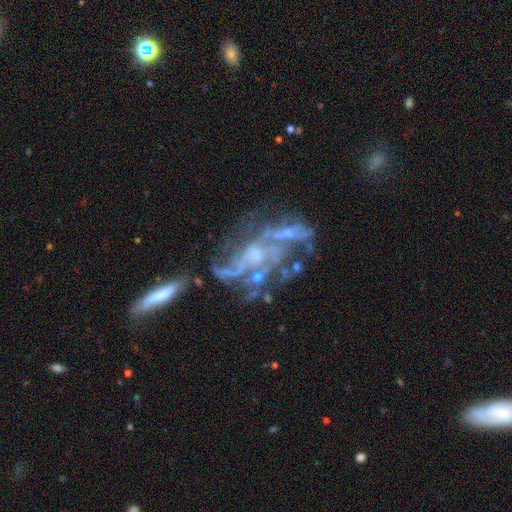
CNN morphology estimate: A featured or disk galaxy (79%) with no bar (62%), medium (40%) spiral arms (76%) and a small central bulge (40%). Merging: none (38%).